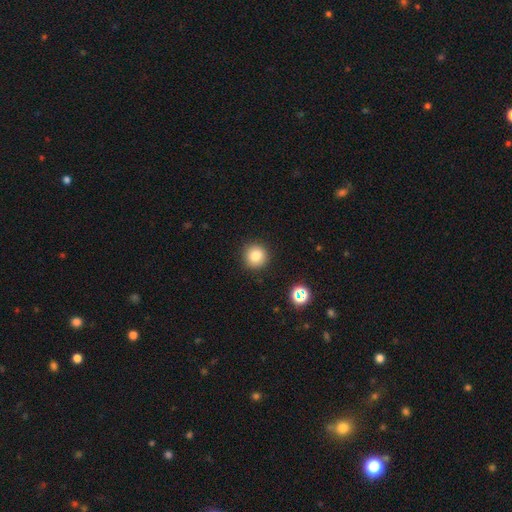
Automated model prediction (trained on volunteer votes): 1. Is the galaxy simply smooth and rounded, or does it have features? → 81% smooth, 12% star or artifact, 7% featured or disk.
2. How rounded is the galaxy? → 94% round, 5% in between, 1% cigar-shaped.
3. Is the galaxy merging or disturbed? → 91% none, 6% minor disturbance, 2% major disturbance, 1% merger.